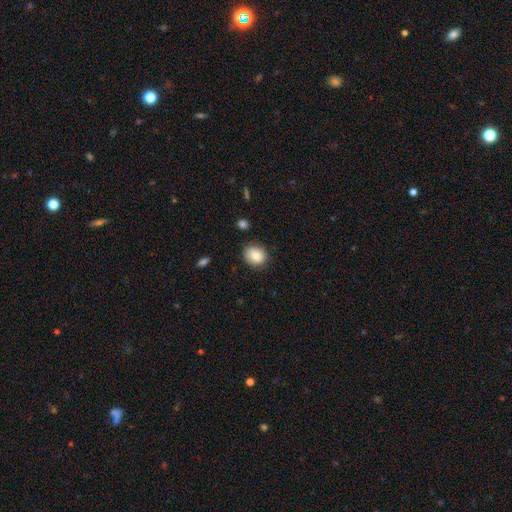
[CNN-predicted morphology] Q: Smooth or featured?
A: smooth (82%); runner-up: featured or disk (10%)
Q: How rounded?
A: round (64%); runner-up: in between (35%)
Q: Merging?
A: none (80%); runner-up: minor disturbance (15%)